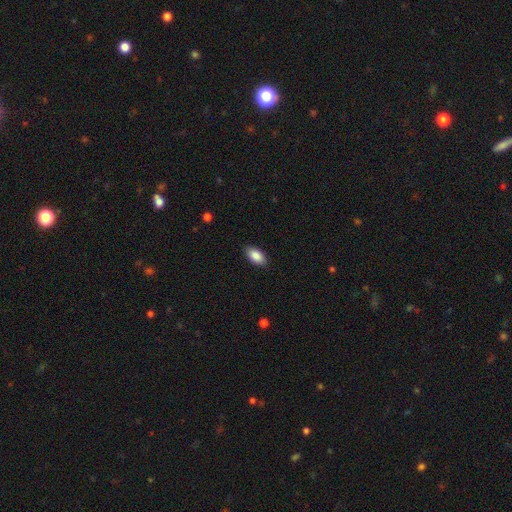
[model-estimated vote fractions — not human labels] This appears to be a smooth galaxy with no disk features (88%) that is in between round and cigar-shaped (93%). Merging: none (87%).